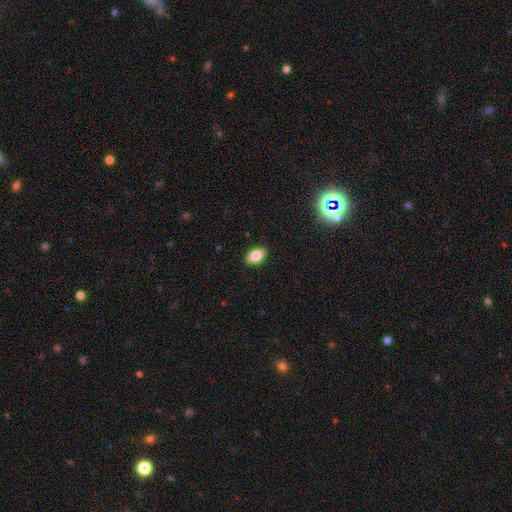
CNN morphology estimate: The model was most divided on "smooth or featured": smooth: 81%, featured or disk: 11%, star or artifact: 8%. More confident: how rounded — in between (90%); merging — none (89%).